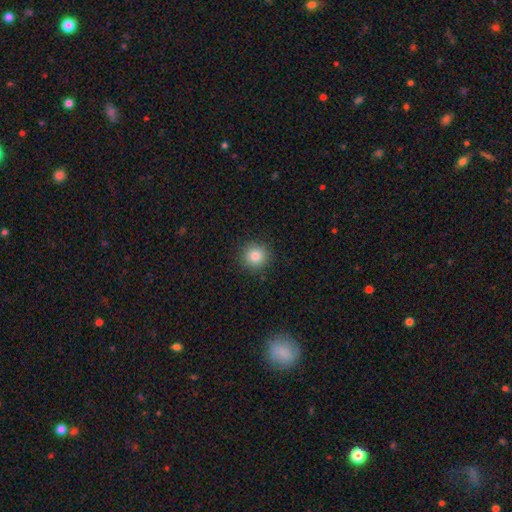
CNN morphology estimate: Smooth or featured?
  - smooth: 83% *
  - star or artifact: 11%
  - featured or disk: 6%
How rounded?
  - round: 94% *
  - in between: 5%
  - cigar-shaped: 1%
Merging?
  - none: 91% *
  - minor disturbance: 6%
  - major disturbance: 2%
  - merger: 1%